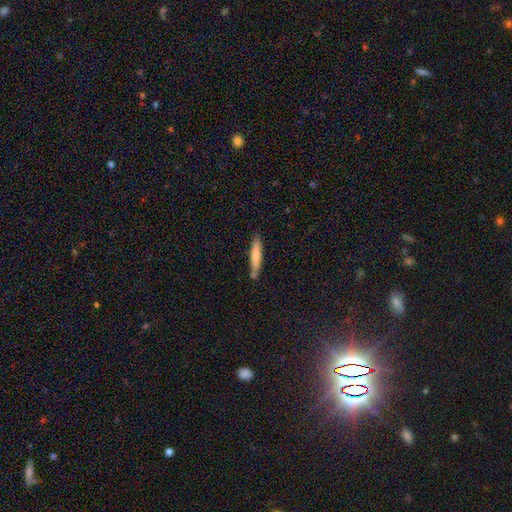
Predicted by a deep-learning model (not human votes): Smooth or featured?
  - smooth: 71% *
  - featured or disk: 23%
  - star or artifact: 6%
How rounded?
  - cigar-shaped: 90% *
  - in between: 9%
  - round: 1%
Merging?
  - none: 79% *
  - minor disturbance: 14%
  - merger: 5%
  - major disturbance: 2%